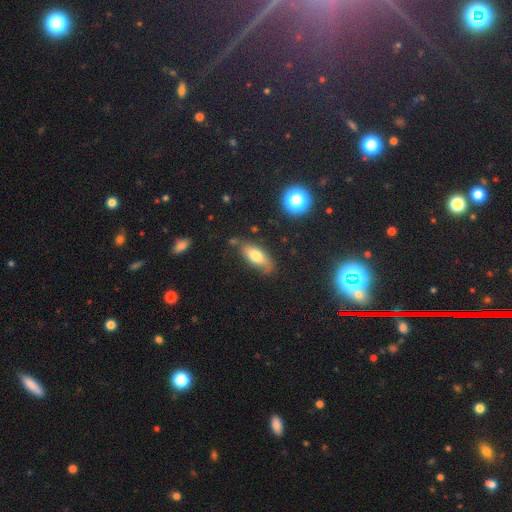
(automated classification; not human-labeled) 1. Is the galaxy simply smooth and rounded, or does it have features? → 68% smooth, 23% featured or disk, 9% star or artifact.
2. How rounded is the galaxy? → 76% in between, 20% cigar-shaped, 4% round.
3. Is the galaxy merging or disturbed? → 70% none, 21% minor disturbance, 5% major disturbance, 4% merger.